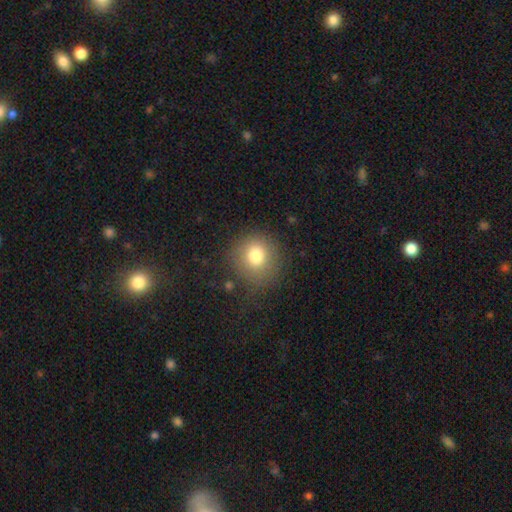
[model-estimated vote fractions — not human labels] smooth-or-featured: smooth: 79% | star or artifact: 11% | featured or disk: 10%
  how-rounded: round: 88% | in between: 11% | cigar-shaped: 1%
  merging: none: 77% | minor disturbance: 13% | major disturbance: 7% | merger: 2%